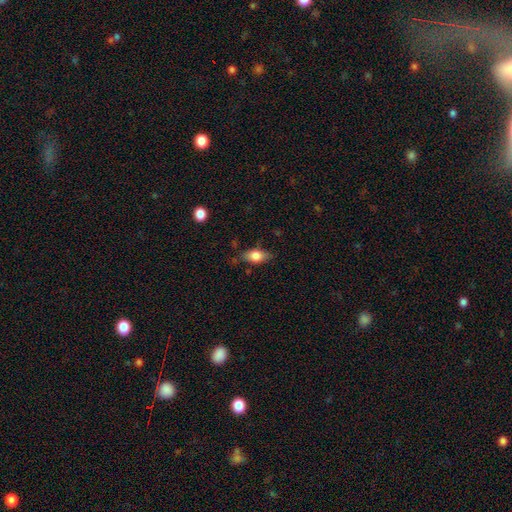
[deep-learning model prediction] This appears to be a smooth galaxy with no disk features (77%) that is in between round and cigar-shaped (83%). Merging: none (73%).